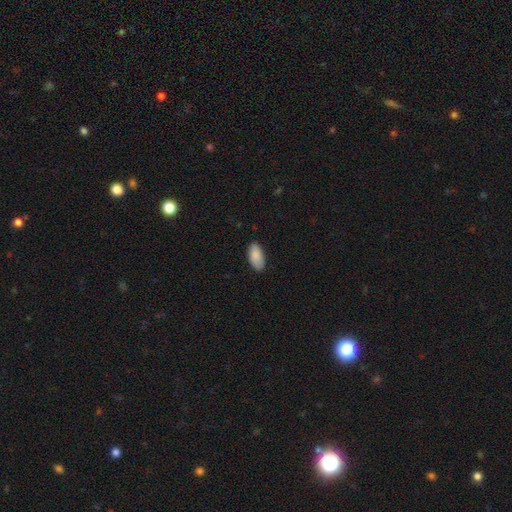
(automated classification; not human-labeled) A smooth galaxy with no disk features (89%) that is in between round and cigar-shaped (93%). Merging: none (84%).